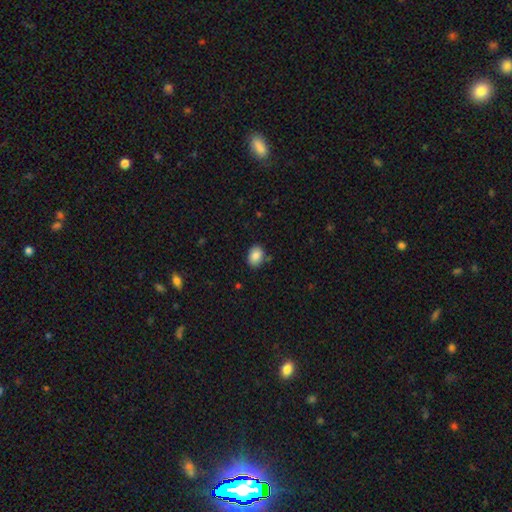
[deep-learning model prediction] smooth_or_featured: smooth (p=0.85) [alt: star or artifact p=0.08]
how_rounded: in between (p=0.68) [alt: round p=0.31]
merging: none (p=0.82) [alt: minor disturbance p=0.12]